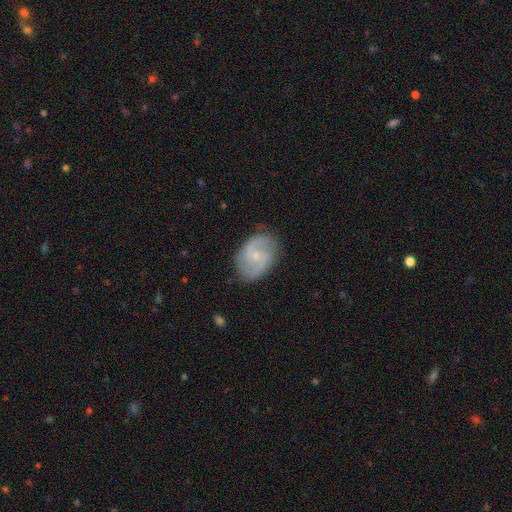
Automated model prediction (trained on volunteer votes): Smooth or featured?
  - featured or disk: 75% *
  - smooth: 19%
  - star or artifact: 6%
Edge-on disk?
  - no: 97% *
  - yes: 3%
Bar?
  - no: 54% *
  - weak: 40%
  - strong: 6%
Spiral arms?
  - yes: 93% *
  - no: 7%
Spiral winding?
  - medium: 50% *
  - loose: 26%
  - tight: 24%
Spiral arm count?
  - 2: 83% *
  - can't tell: 9%
  - 3: 4%
  - 1: 2%
  - 4: 2%
  - more than 4: 1%
Bulge size?
  - small: 74% *
  - moderate: 21%
  - none: 3%
  - large: 1%
  - dominant: 1%
Merging?
  - none: 80% *
  - minor disturbance: 15%
  - major disturbance: 4%
  - merger: 1%